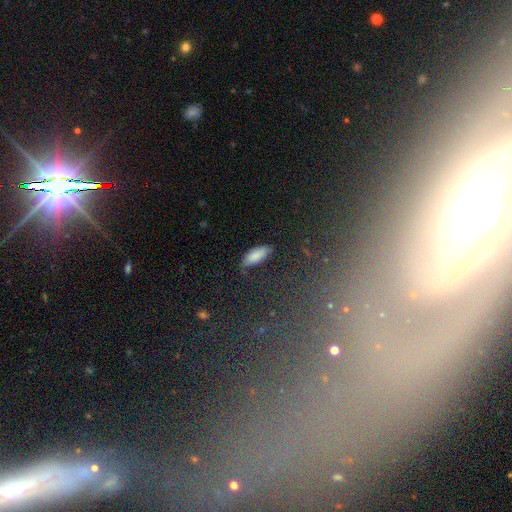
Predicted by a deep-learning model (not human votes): The model was most divided on "merging": none: 66%, minor disturbance: 25%, major disturbance: 6%, merger: 2%. More confident: smooth or featured — smooth (82%); how rounded — in between (78%).